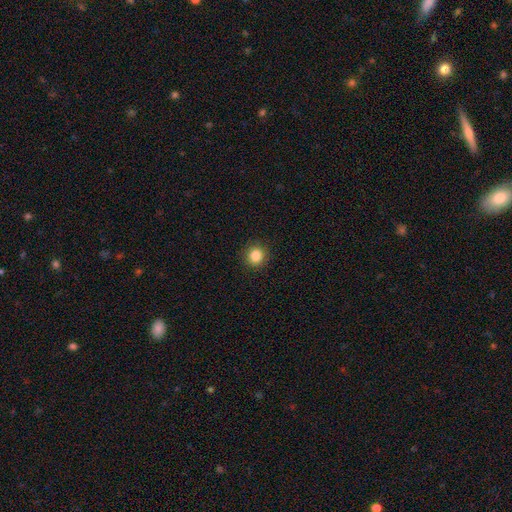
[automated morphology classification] This appears to be a smooth galaxy with no disk features (85%) that is round (90%). Merging: none (91%).